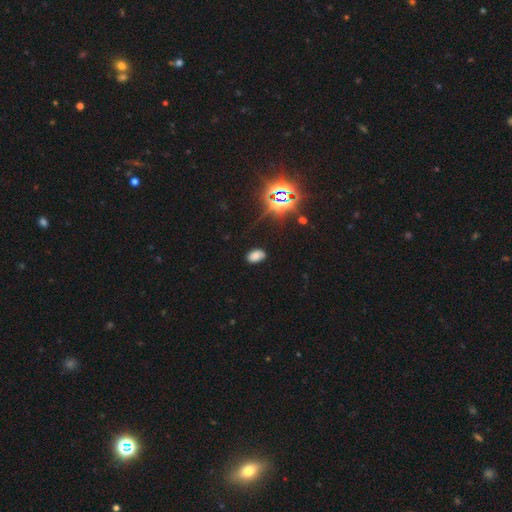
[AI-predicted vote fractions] Smooth or featured: smooth — 71% (star or artifact — 23%)
How rounded: in between — 91% (round — 8%)
Merging: none — 82% (minor disturbance — 13%)